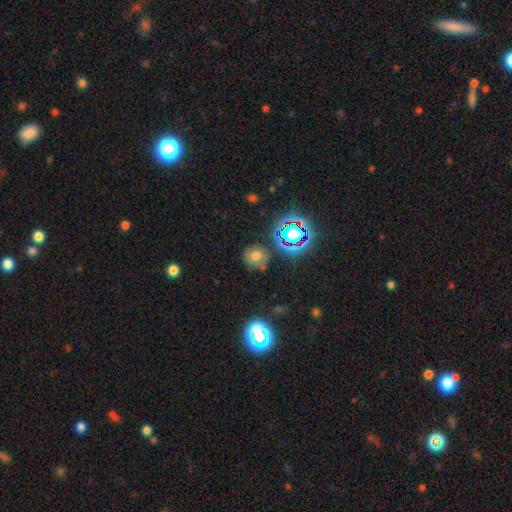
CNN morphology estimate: type=smooth (64%); roundness=round (86%); merging=none (72%).